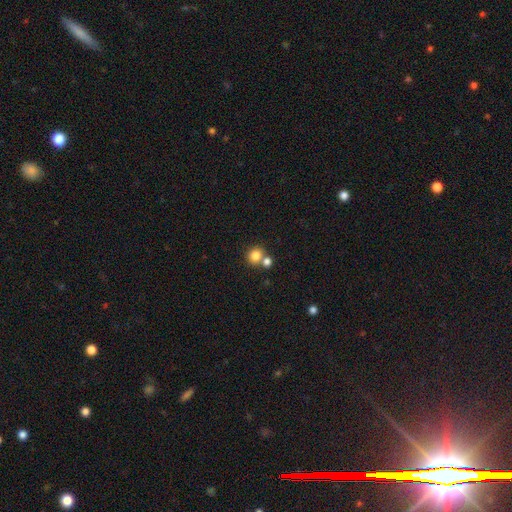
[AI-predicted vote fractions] Smooth or featured: smooth — 82% (star or artifact — 11%)
How rounded: round — 85% (in between — 14%)
Merging: none — 58% (merger — 31%)